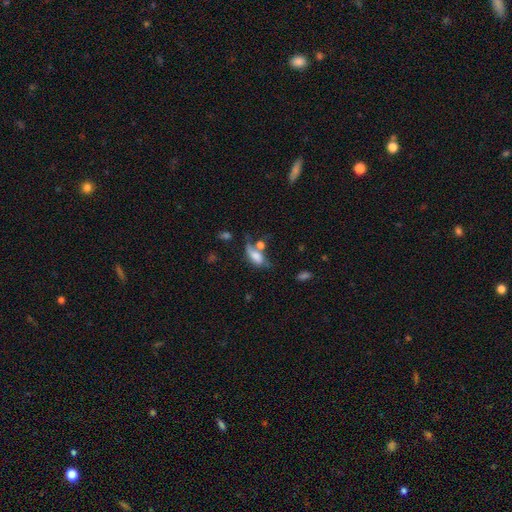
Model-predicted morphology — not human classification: smooth_or_featured: smooth (p=0.69) [alt: featured or disk p=0.22]
how_rounded: in between (p=0.81) [alt: cigar-shaped p=0.14]
merging: merger (p=0.30) [alt: none p=0.28]